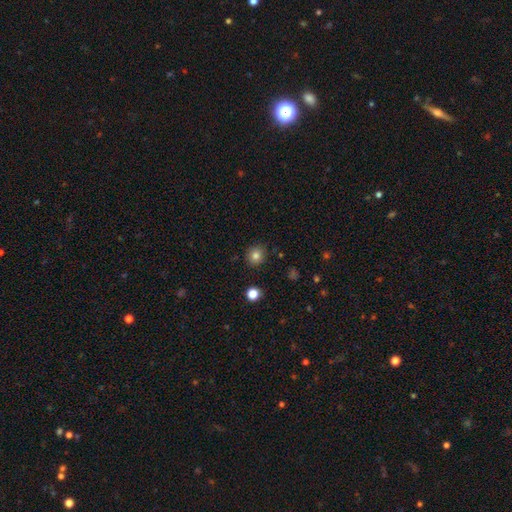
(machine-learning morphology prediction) Smooth or featured: smooth — 82% (star or artifact — 12%)
How rounded: round — 88% (in between — 11%)
Merging: none — 89% (minor disturbance — 8%)